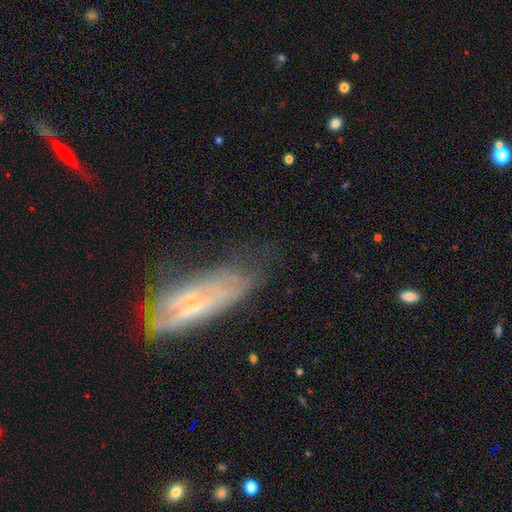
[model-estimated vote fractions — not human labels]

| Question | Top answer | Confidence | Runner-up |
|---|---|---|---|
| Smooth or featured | featured or disk | 50% | smooth (35%) |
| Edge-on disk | no | 67% | yes (33%) |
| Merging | none | 45% | minor disturbance (28%) |